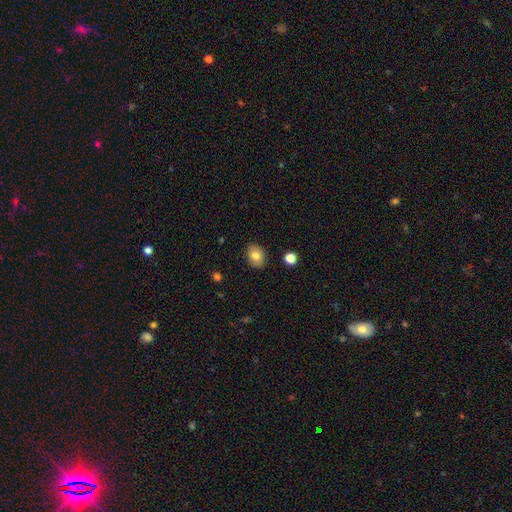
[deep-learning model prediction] This appears to be a smooth galaxy with no disk features (80%) that is in between round and cigar-shaped (58%). Merging: none (88%).